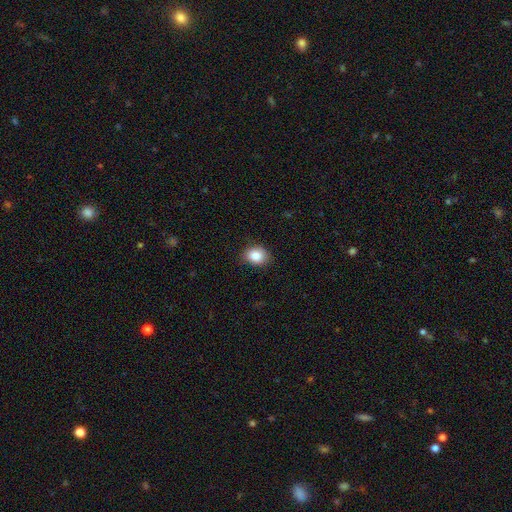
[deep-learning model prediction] Overall: smooth (86%). How rounded: in between (50%; round 49%). Merging: none (84%).